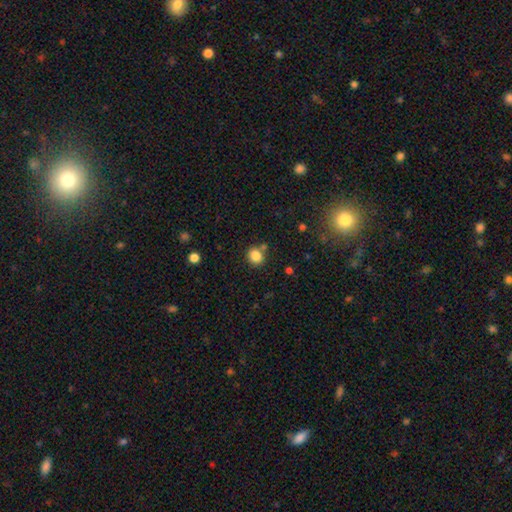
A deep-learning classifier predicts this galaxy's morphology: This is clearly a smooth galaxy (84%). How rounded: clearly round (81%). Merging: likely none (78%).